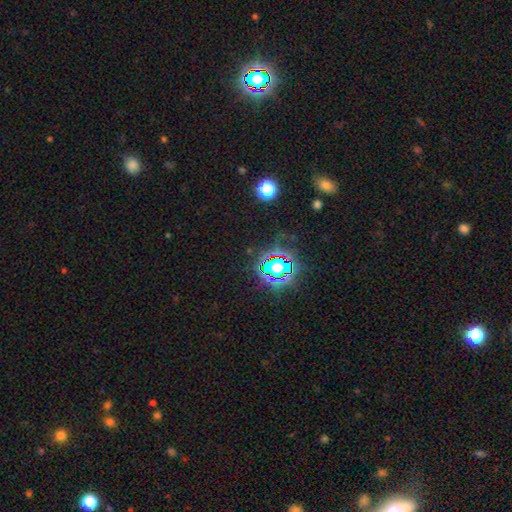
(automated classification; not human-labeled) Overall: star or artifact (81%).